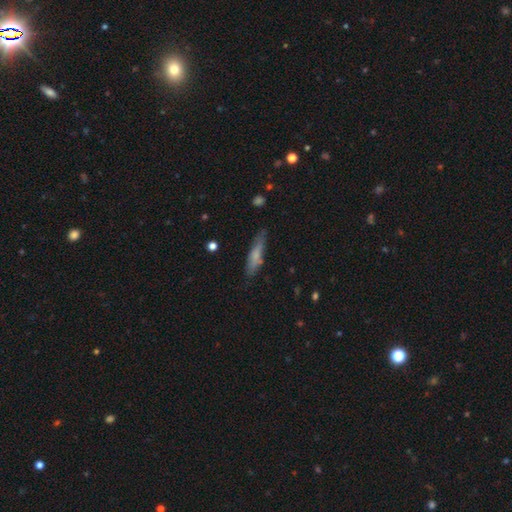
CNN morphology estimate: smooth_or_featured: smooth (p=0.68) [alt: featured or disk p=0.26]
how_rounded: cigar-shaped (p=0.76) [alt: in between p=0.23]
merging: none (p=0.72) [alt: minor disturbance p=0.21]